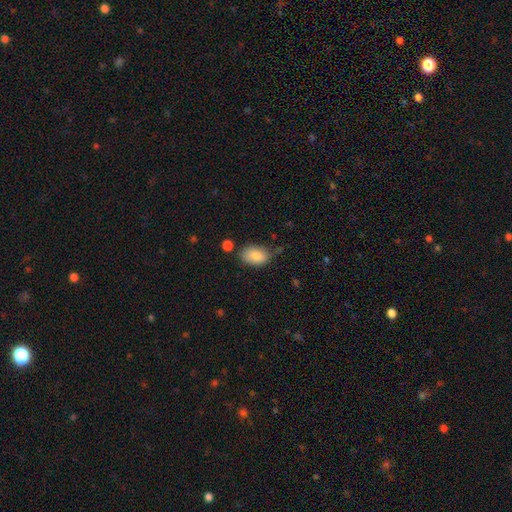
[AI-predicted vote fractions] This is clearly a smooth galaxy (85%). How rounded: clearly in between (88%). Merging: likely none (64%).